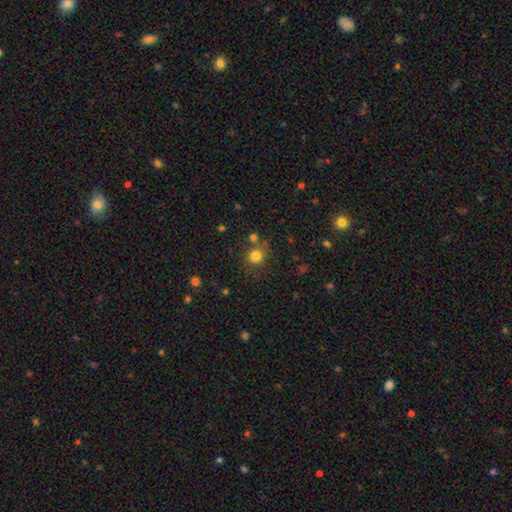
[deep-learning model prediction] smooth_or_featured: smooth (p=0.79) [alt: star or artifact p=0.14]
how_rounded: round (p=0.89) [alt: in between p=0.10]
merging: none (p=0.73) [alt: merger p=0.12]